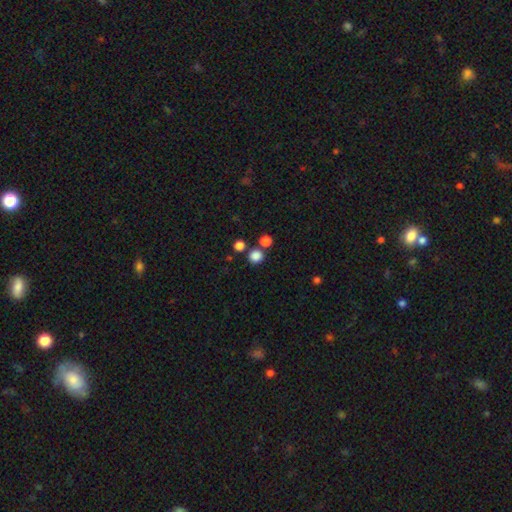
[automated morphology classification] Smooth or featured? Predicted: smooth (p=0.82). How rounded? Predicted: round (p=0.91). Merging? Predicted: none (p=0.76).